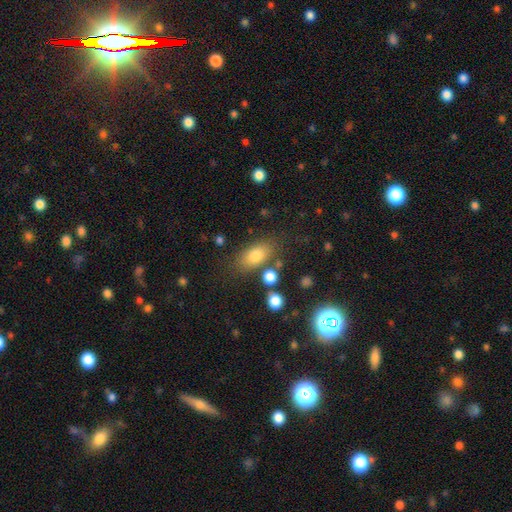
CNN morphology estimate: Smooth or featured?
  - smooth: 78% *
  - featured or disk: 12%
  - star or artifact: 11%
How rounded?
  - in between: 84% *
  - round: 10%
  - cigar-shaped: 6%
Merging?
  - none: 75% *
  - minor disturbance: 13%
  - merger: 7%
  - major disturbance: 5%